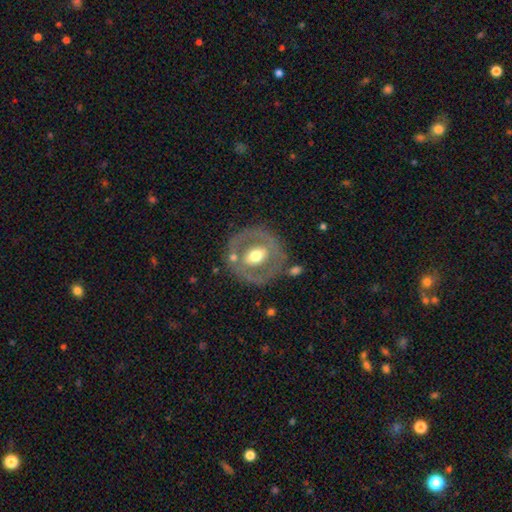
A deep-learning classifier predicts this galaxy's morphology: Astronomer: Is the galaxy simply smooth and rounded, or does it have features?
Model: featured or disk — 60%.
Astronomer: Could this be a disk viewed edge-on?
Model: no — 94%.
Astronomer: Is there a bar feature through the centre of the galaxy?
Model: no — 49% (runner-up: weak, 31%).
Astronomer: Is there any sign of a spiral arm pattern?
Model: no — 83%.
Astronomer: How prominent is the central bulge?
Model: moderate — 71%.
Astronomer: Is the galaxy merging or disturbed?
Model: none — 74%.